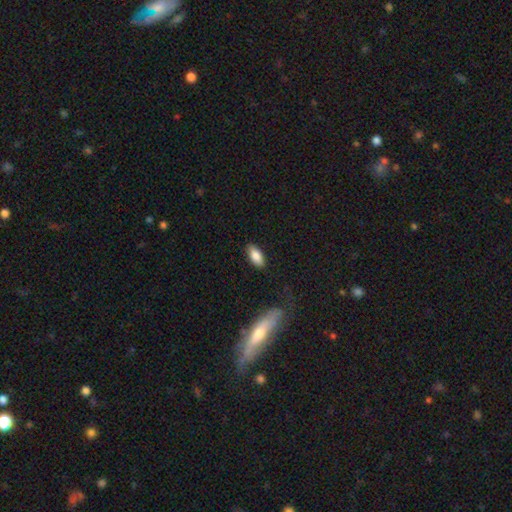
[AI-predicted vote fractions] smooth_or_featured: smooth (p=0.84) [alt: featured or disk p=0.09]
how_rounded: in between (p=0.87) [alt: cigar-shaped p=0.10]
merging: none (p=0.86) [alt: minor disturbance p=0.10]